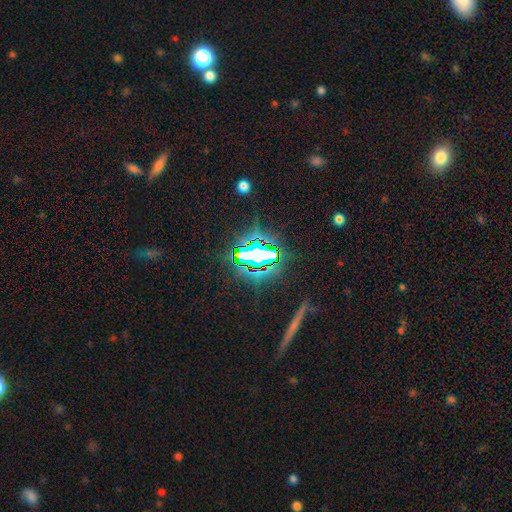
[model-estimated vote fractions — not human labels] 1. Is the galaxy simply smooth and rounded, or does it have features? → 71% star or artifact, 15% smooth, 14% featured or disk.